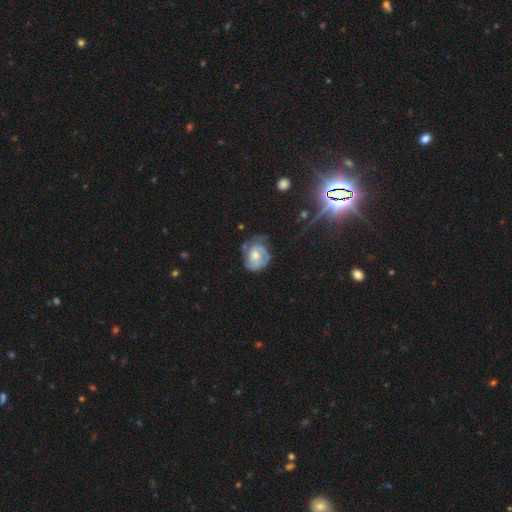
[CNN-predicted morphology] featured or disk 67%, smooth 26%, star or artifact 7%. Down the decision tree: edge-on disk — no (97%); bar — no (75%); spiral arms — yes (83%); spiral arm count — 2 (36%); spiral winding — tight (57%); bulge size — moderate (63%); merging — none (54%).